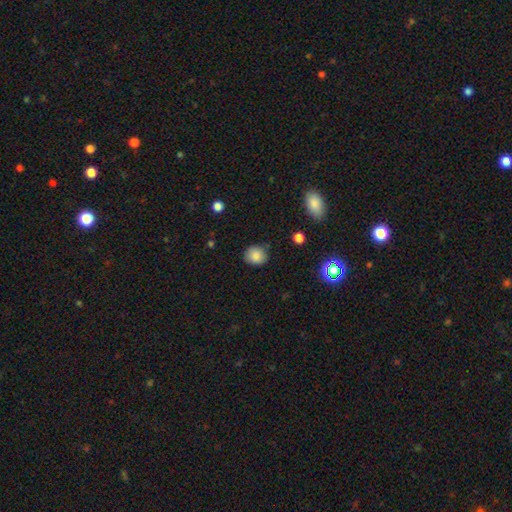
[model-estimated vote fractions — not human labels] This appears to be a smooth galaxy with no disk features (84%) that is round (79%). Merging: none (81%).